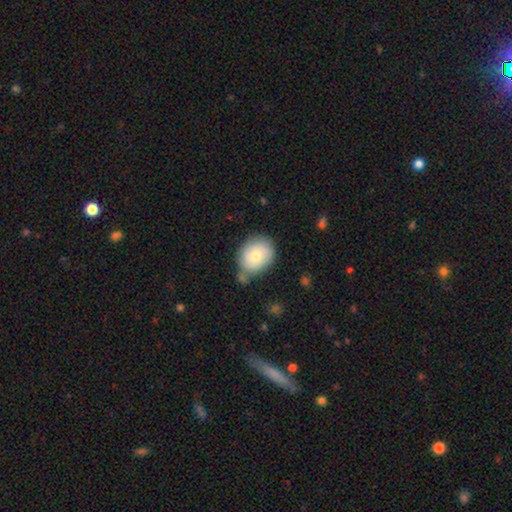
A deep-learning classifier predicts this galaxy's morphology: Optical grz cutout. It shows a smooth galaxy with no disk features (75%) that is round (53%). Merging: none (62%).